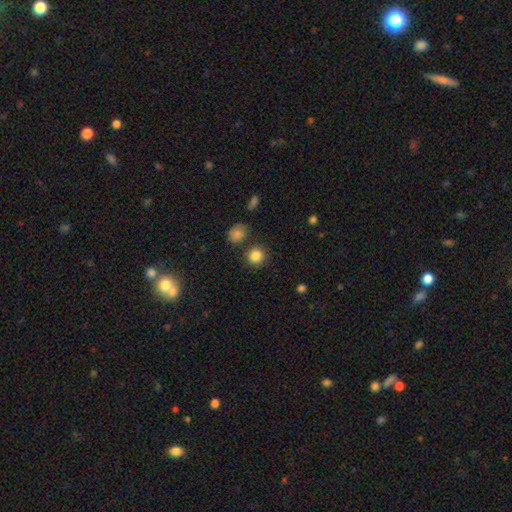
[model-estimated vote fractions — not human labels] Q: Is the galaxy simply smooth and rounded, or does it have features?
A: smooth — 85%.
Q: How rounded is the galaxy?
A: round — 89%.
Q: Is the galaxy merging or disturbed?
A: none — 81%.